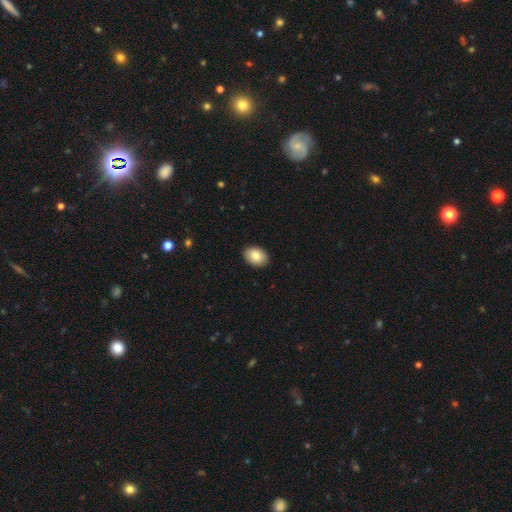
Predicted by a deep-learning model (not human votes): Q: Smooth or featured?
A: smooth (84%); runner-up: featured or disk (8%)
Q: How rounded?
A: in between (81%); runner-up: round (18%)
Q: Merging?
A: none (90%); runner-up: minor disturbance (7%)